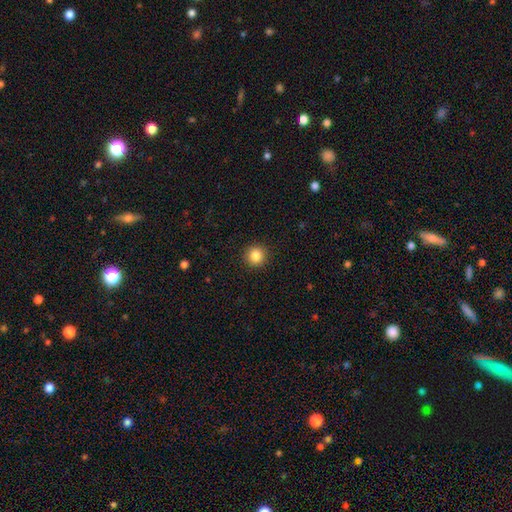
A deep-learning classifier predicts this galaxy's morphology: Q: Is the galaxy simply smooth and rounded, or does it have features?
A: smooth — 85%.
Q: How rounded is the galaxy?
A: round — 93%.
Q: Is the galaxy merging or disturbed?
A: none — 92%.